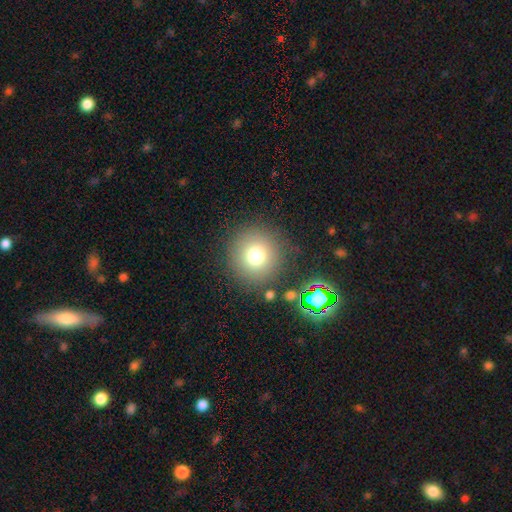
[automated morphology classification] Q: Smooth or featured?
A: smooth (74%); runner-up: star or artifact (15%)
Q: How rounded?
A: round (95%); runner-up: in between (4%)
Q: Merging?
A: none (85%); runner-up: minor disturbance (8%)